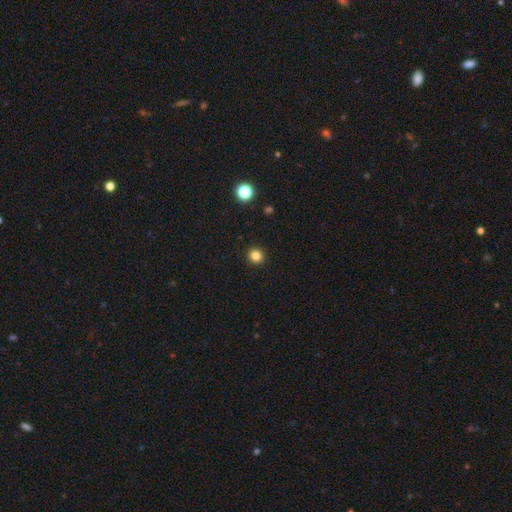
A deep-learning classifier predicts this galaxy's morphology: This appears to be a smooth galaxy with no disk features (83%) that is round (91%). Merging: none (93%).